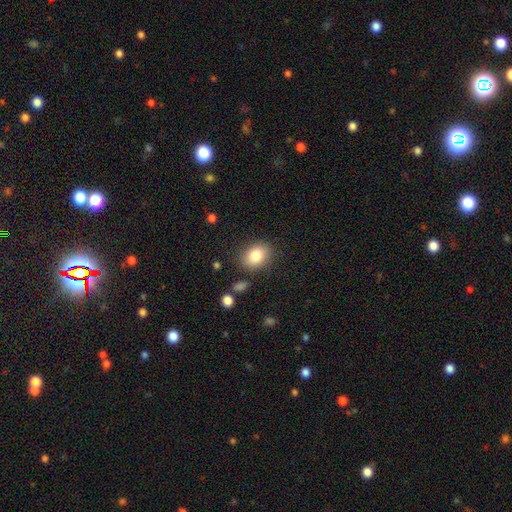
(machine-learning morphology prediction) type=smooth (83%); roundness=in between (63%); merging=none (82%).